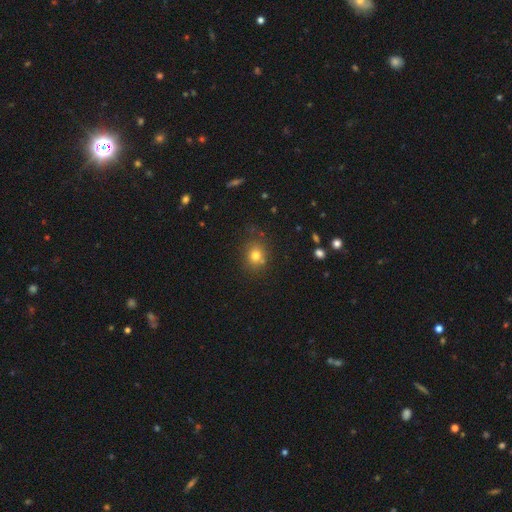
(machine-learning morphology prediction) Q: Smooth or featured?
A: smooth (77%); runner-up: star or artifact (14%)
Q: How rounded?
A: round (68%); runner-up: in between (31%)
Q: Merging?
A: none (76%); runner-up: minor disturbance (15%)